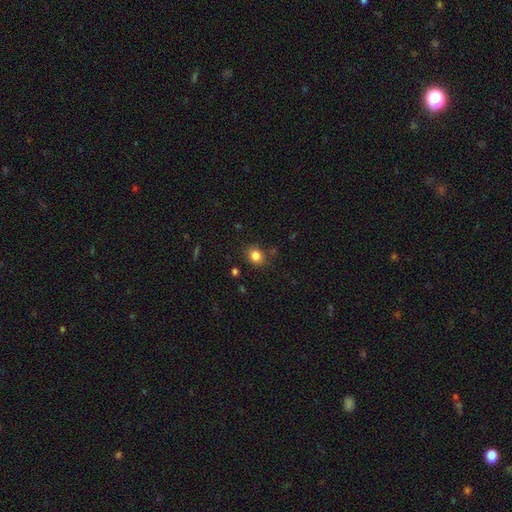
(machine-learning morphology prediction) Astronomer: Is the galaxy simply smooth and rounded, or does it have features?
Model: smooth — 83%.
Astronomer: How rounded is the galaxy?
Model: round — 60% (runner-up: in between, 39%).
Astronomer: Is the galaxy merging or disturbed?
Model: none — 80%.